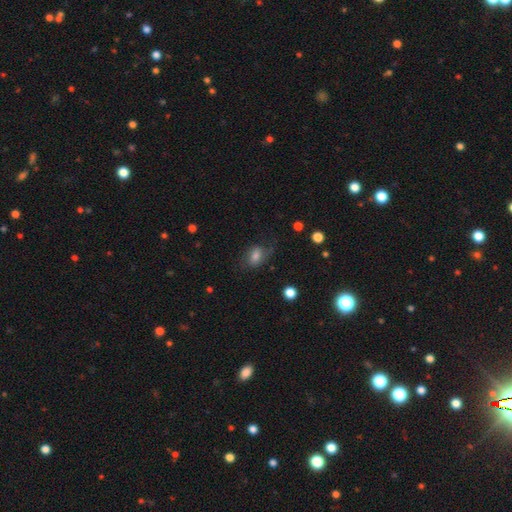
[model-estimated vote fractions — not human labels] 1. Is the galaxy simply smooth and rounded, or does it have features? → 61% smooth, 28% featured or disk, 12% star or artifact.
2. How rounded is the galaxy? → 77% in between, 21% round, 2% cigar-shaped.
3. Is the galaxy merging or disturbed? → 54% none, 25% minor disturbance, 20% major disturbance, 2% merger.